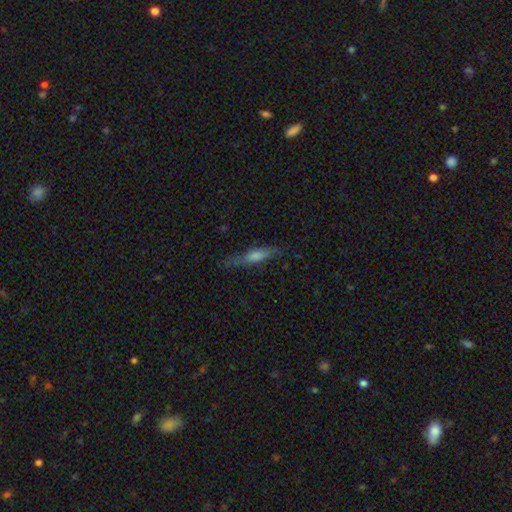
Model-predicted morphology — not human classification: Smooth or featured? Predicted: featured or disk (p=0.52). Edge-on disk? Predicted: yes (p=0.92). Merging? Predicted: none (p=0.78).